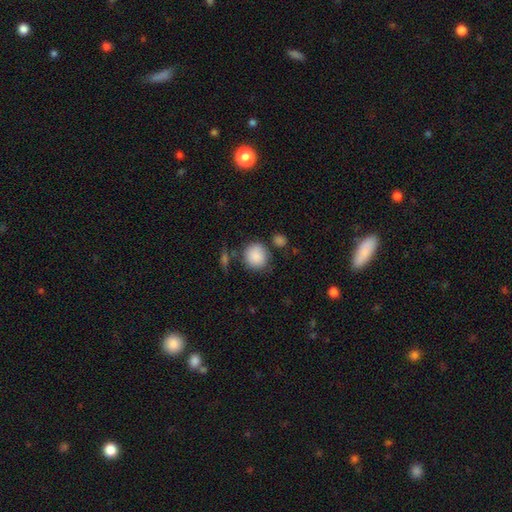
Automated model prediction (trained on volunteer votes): Q: Smooth or featured?
A: smooth (88%); runner-up: star or artifact (7%)
Q: How rounded?
A: round (82%); runner-up: in between (17%)
Q: Merging?
A: none (69%); runner-up: minor disturbance (17%)